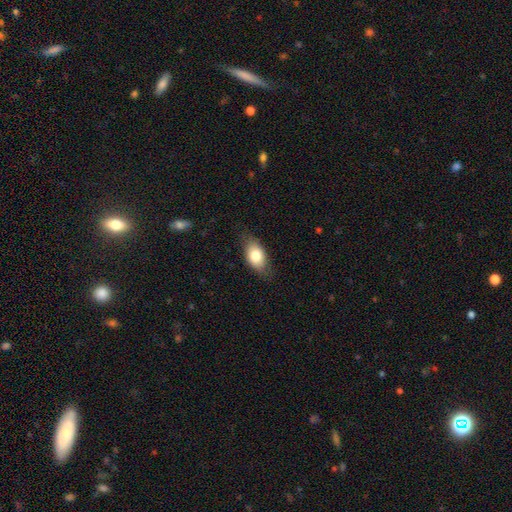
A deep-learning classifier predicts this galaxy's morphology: type=smooth (78%); roundness=in between (88%); merging=none (77%).